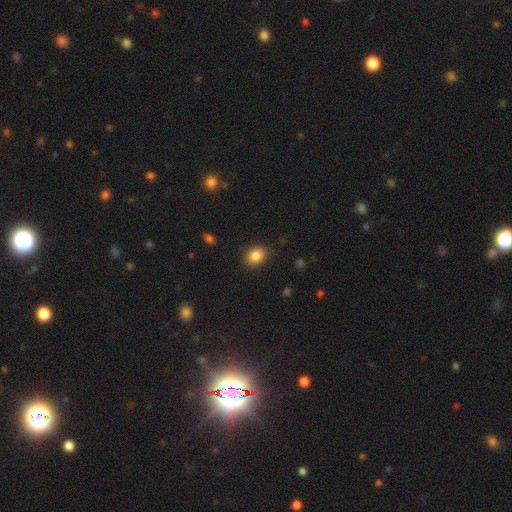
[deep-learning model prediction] A smooth galaxy with no disk features (86%) that is round (51%). Merging: none (85%).